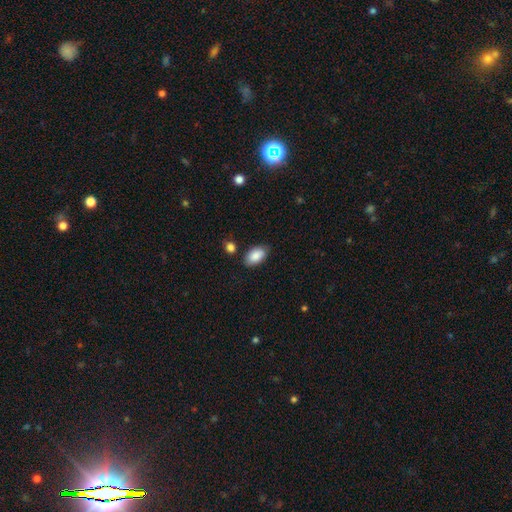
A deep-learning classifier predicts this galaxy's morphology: A smooth galaxy with no disk features (88%) that is in between round and cigar-shaped (94%). Merging: none (80%).